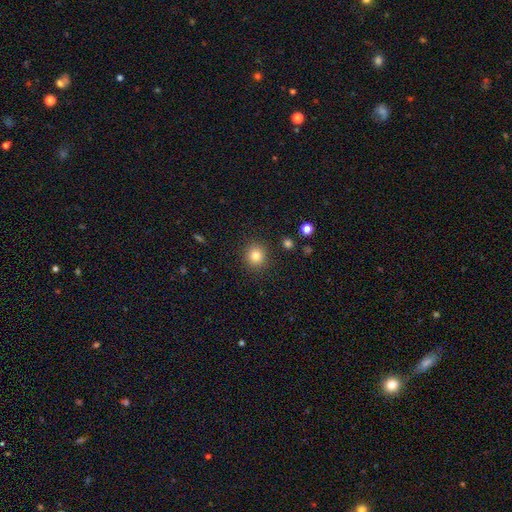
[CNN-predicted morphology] smooth-or-featured: smooth: 82% | star or artifact: 12% | featured or disk: 7%
  how-rounded: round: 91% | in between: 8% | cigar-shaped: 1%
  merging: none: 90% | minor disturbance: 6% | major disturbance: 2% | merger: 2%